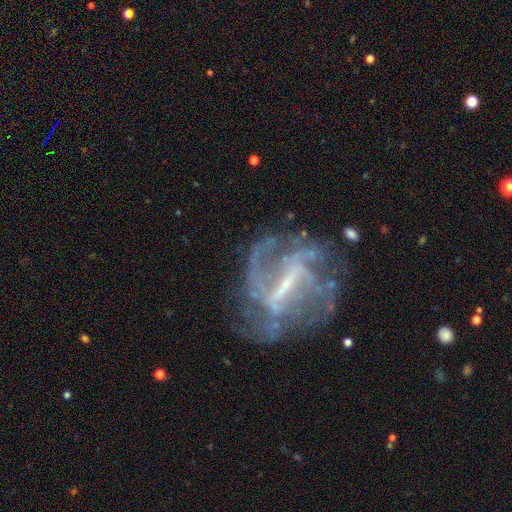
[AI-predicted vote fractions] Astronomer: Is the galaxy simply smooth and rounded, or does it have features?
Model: featured or disk — 87%.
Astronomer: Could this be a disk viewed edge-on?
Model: no — 96%.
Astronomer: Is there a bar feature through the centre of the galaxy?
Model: strong — 59%.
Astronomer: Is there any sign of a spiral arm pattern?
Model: yes — 90%.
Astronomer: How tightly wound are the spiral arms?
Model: medium — 43% (runner-up: loose, 34%).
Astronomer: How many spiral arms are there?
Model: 2 — 31% (runner-up: can't tell, 29%).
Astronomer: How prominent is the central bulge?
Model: small — 55%.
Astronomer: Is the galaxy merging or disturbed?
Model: none — 57%.